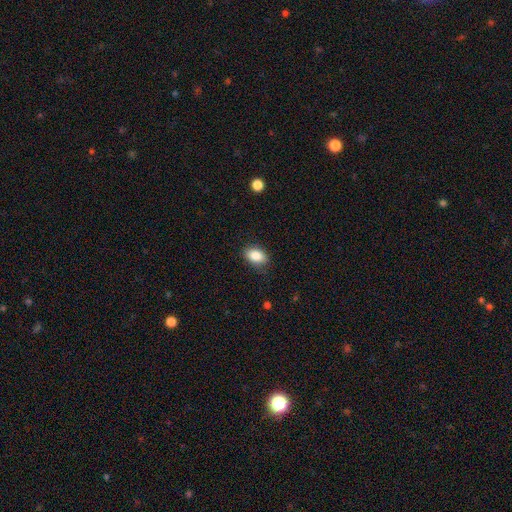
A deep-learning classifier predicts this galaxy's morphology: The model was most divided on "merging": none: 85%, minor disturbance: 12%, major disturbance: 3%, merger: 1%. More confident: how rounded — in between (88%); smooth or featured — smooth (86%).